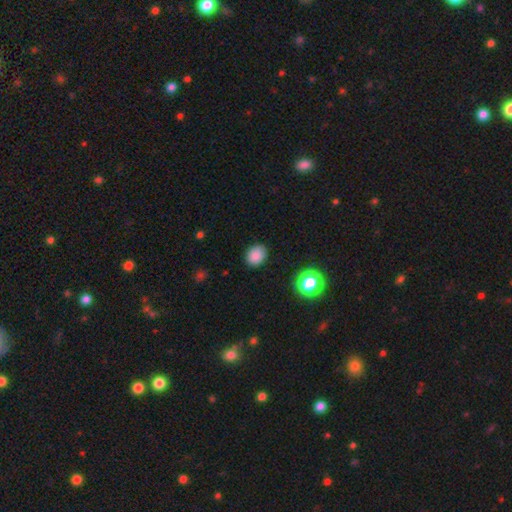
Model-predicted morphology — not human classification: This appears to be a smooth galaxy with no disk features (85%) that is round (53%). Merging: none (85%).